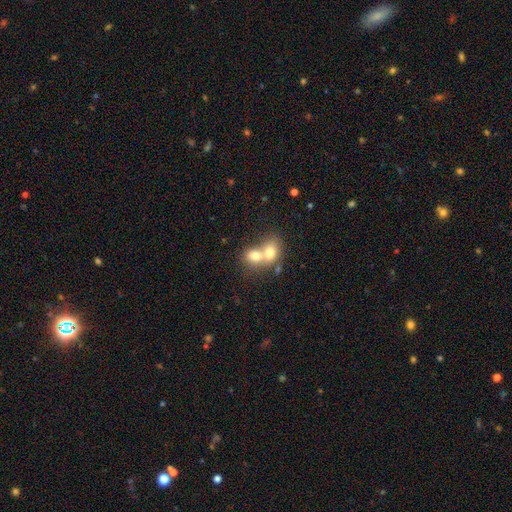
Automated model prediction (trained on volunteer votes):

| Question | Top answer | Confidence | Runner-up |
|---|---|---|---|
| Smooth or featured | smooth | 70% | featured or disk (21%) |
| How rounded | in between | 56% | round (43%) |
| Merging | merger | 75% | none (17%) |